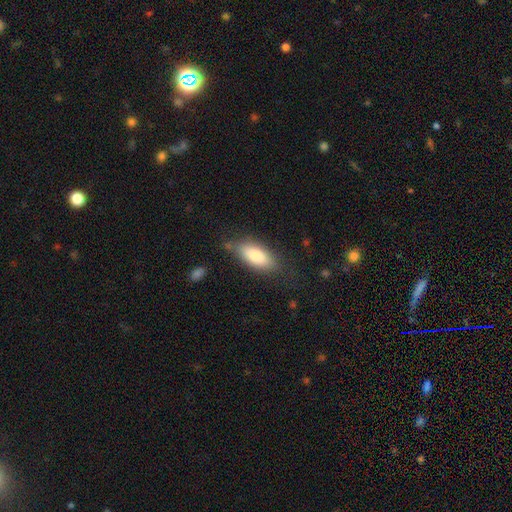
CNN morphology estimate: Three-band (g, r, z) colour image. It shows a smooth galaxy with no disk features (80%) that is in between round and cigar-shaped (80%). Merging: none (73%).